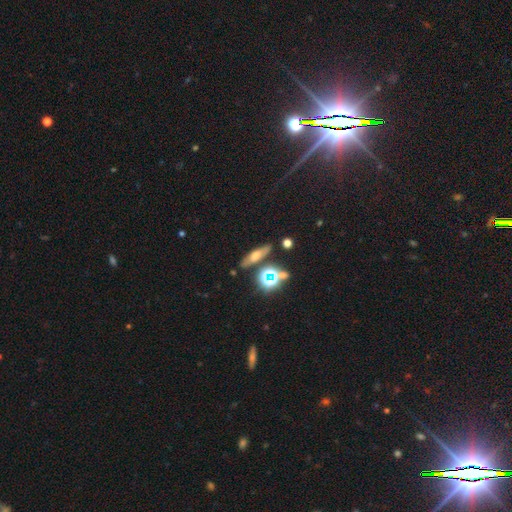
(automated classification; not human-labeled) This is marginally a featured or disk galaxy (38%). Merging: clearly none (81%).